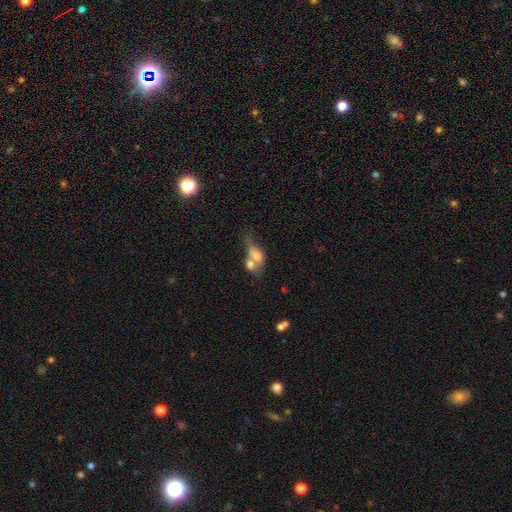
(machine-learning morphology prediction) Smooth or featured? Predicted: smooth (p=0.60). How rounded? Predicted: in between (p=0.76). Merging? Predicted: merger (p=0.59).